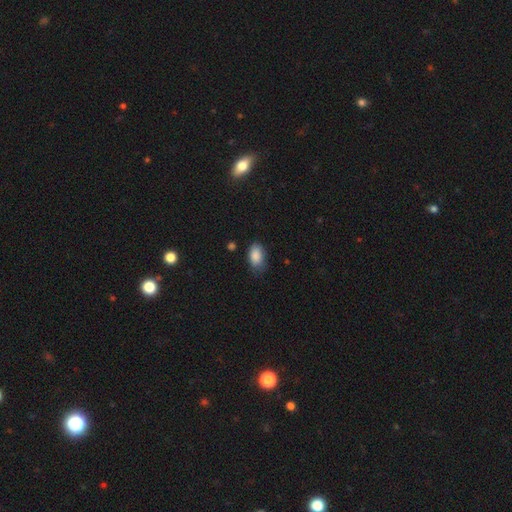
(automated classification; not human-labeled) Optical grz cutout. It shows a smooth galaxy with no disk features (87%) that is in between round and cigar-shaped (91%). Merging: none (65%).